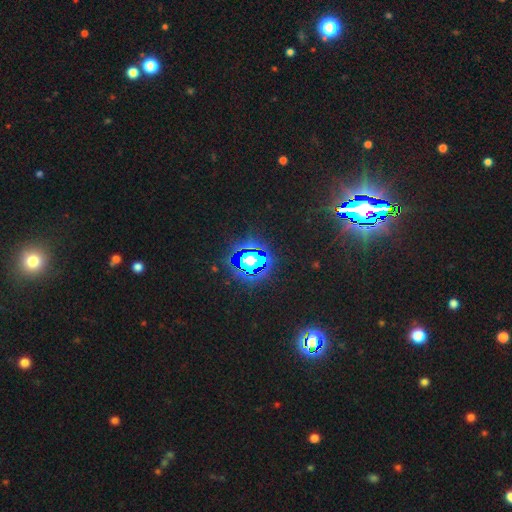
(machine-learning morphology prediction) This appears to be a star or artifact, not a galaxy (82%).